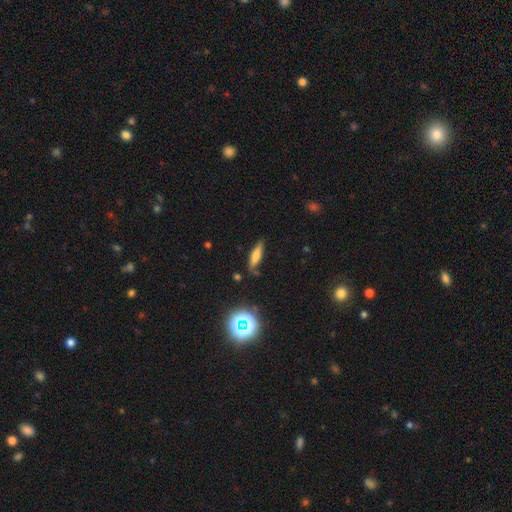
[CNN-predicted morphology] type=smooth (63%); roundness=cigar-shaped (64%); merging=none (72%).